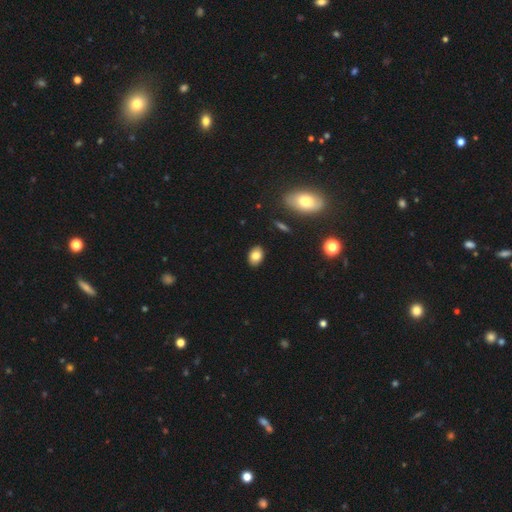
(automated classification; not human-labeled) Smooth or featured: smooth — 82% (featured or disk — 9%)
How rounded: in between — 79% (round — 20%)
Merging: none — 89% (minor disturbance — 8%)